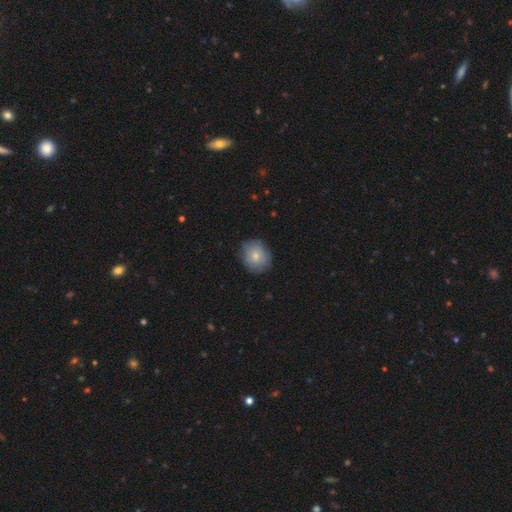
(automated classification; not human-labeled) Smooth or featured?
  - smooth: 79% *
  - featured or disk: 13%
  - star or artifact: 8%
How rounded?
  - round: 76% *
  - in between: 23%
  - cigar-shaped: 1%
Merging?
  - none: 83% *
  - minor disturbance: 13%
  - major disturbance: 3%
  - merger: 1%